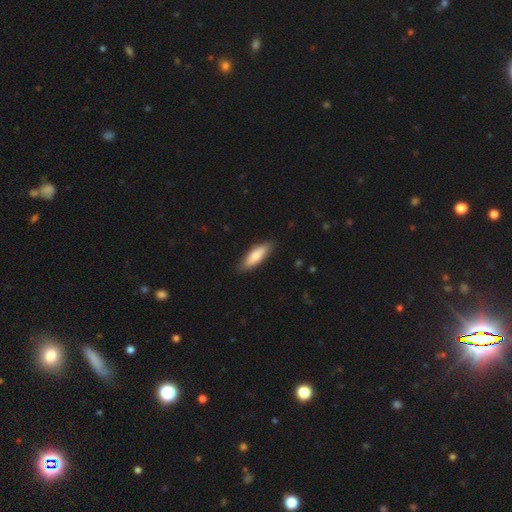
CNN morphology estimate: Q: Smooth or featured?
A: smooth (79%); runner-up: featured or disk (16%)
Q: How rounded?
A: in between (50%); runner-up: cigar-shaped (49%)
Q: Merging?
A: none (86%); runner-up: minor disturbance (11%)